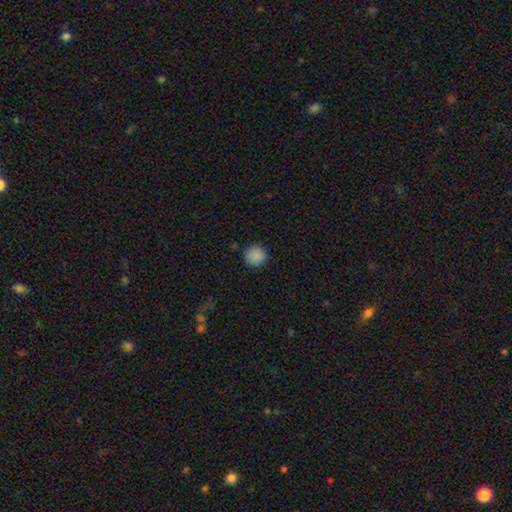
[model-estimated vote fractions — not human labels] This is clearly a smooth galaxy (88%). How rounded: clearly round (93%). Merging: clearly none (87%).